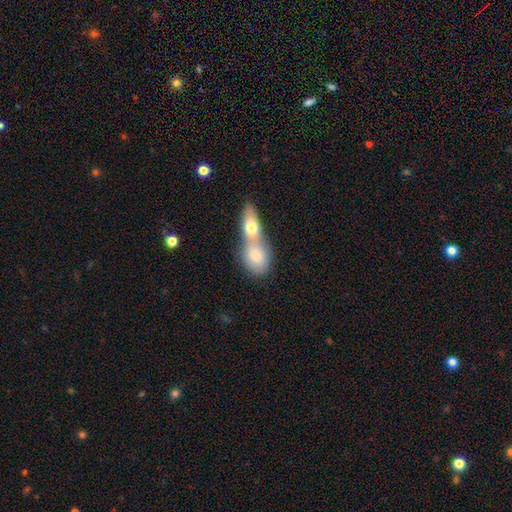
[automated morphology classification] smooth 76%, featured or disk 17%, star or artifact 6%. Down the decision tree: how rounded — in between (64%); merging — merger (69%).